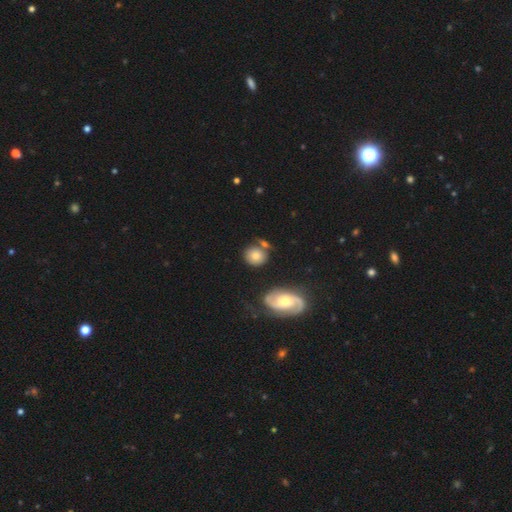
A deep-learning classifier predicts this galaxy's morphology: A smooth galaxy with no disk features (69%) that is round (82%).

Vote fractions:
- Smooth or featured? smooth: 69% / featured or disk: 23% / star or artifact: 9%
- How rounded? round: 82% / in between: 17% / cigar-shaped: 1%
- Merging? none: 70% / minor disturbance: 13% / merger: 12% / major disturbance: 5%